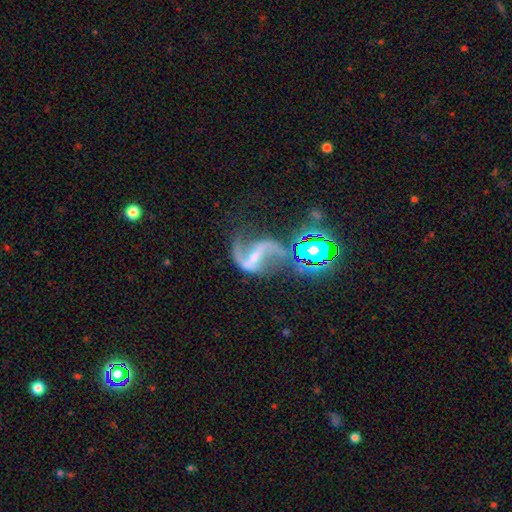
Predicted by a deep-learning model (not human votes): smooth-or-featured: featured or disk: 84% | star or artifact: 11% | smooth: 5%
  disk-edge-on: no: 97% | yes: 3%
    bar: strong: 60% | weak: 28% | no: 13%
    has-spiral-arms: yes: 94% | no: 6%
      spiral-winding: loose: 77% | medium: 19% | tight: 5%
      spiral-arm-count: 2: 88% | 1: 6% | can't tell: 2% | 3: 1% | 4: 1% | more than 4: 1%
    bulge-size: small: 60% | none: 22% | moderate: 15% | large: 2% | dominant: 1%
  merging: none: 52% | major disturbance: 21% | minor disturbance: 17% | merger: 9%